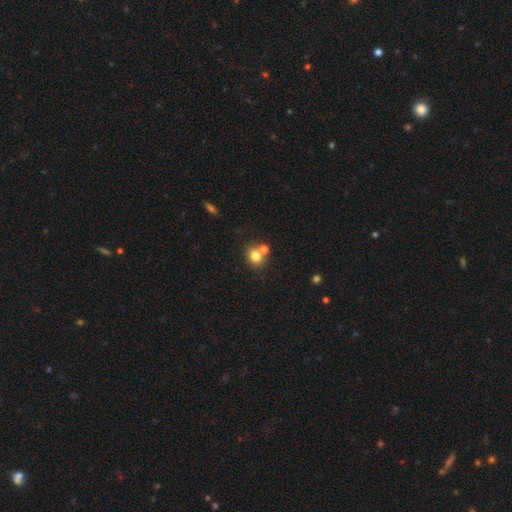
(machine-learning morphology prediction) This appears to be a smooth galaxy with no disk features (78%) that is round (68%). Merging: none (52%).